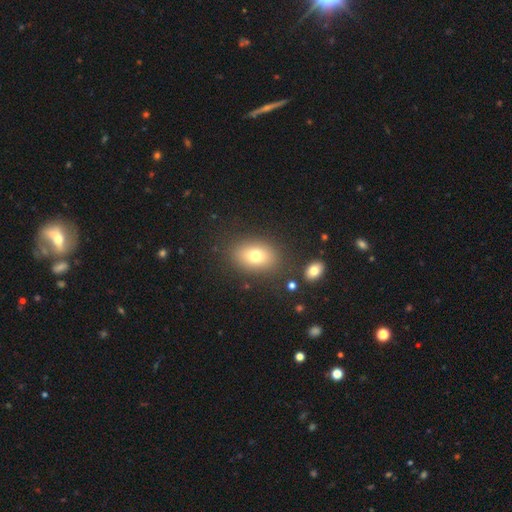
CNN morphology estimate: This appears to be a smooth galaxy with no disk features (75%) that is in between round and cigar-shaped (76%). Merging: none (82%).